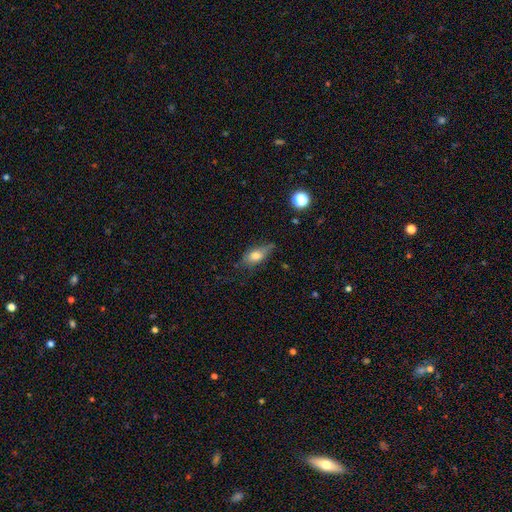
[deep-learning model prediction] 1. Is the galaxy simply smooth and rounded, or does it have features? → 67% smooth, 23% featured or disk, 9% star or artifact.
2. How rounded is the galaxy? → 81% in between, 12% cigar-shaped, 7% round.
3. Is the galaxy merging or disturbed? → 48% none, 35% minor disturbance, 14% major disturbance, 3% merger.